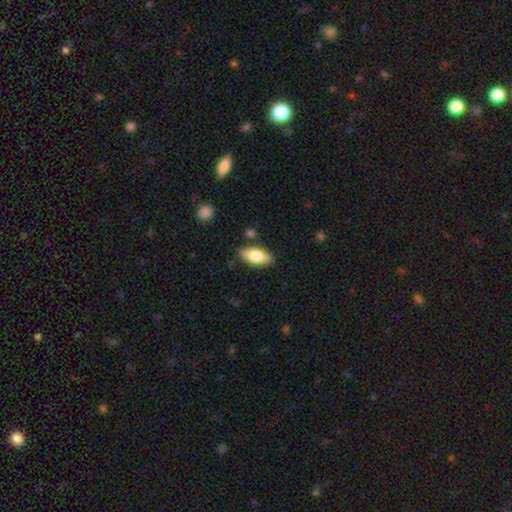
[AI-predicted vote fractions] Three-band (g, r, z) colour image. It shows a smooth galaxy with no disk features (79%) that is in between round and cigar-shaped (89%). Merging: none (84%).